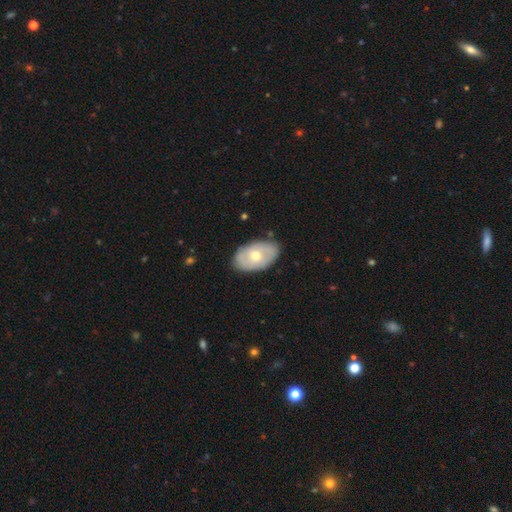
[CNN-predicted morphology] A featured or disk galaxy (48%). Merging: none (83%).